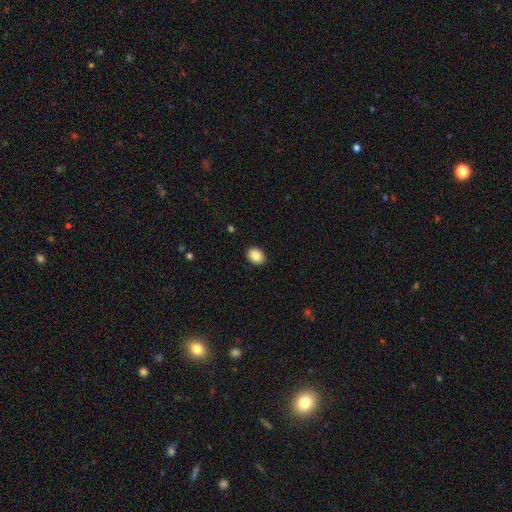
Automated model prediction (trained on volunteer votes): Smooth or featured?
  - smooth: 88% *
  - star or artifact: 8%
  - featured or disk: 4%
How rounded?
  - in between: 59% *
  - round: 40%
  - cigar-shaped: 1%
Merging?
  - none: 90% *
  - minor disturbance: 7%
  - major disturbance: 2%
  - merger: 1%